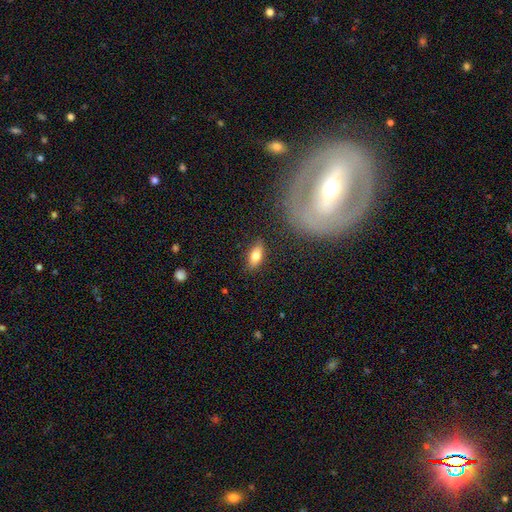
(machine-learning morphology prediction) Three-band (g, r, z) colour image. It shows a smooth galaxy with no disk features (73%) that is in between round and cigar-shaped (81%). Merging: none (86%).